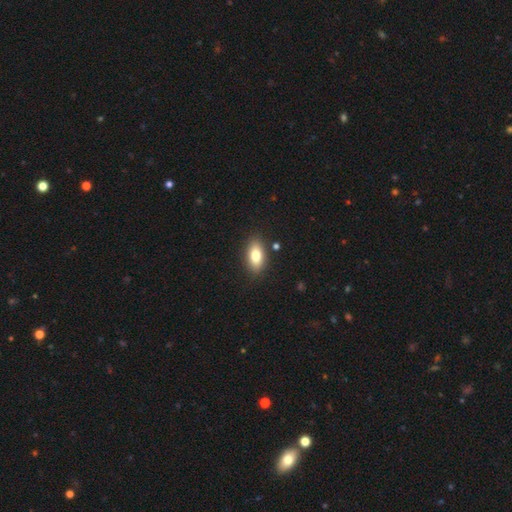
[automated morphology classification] This appears to be a smooth galaxy with no disk features (79%) that is in between round and cigar-shaped (87%). Merging: none (86%).